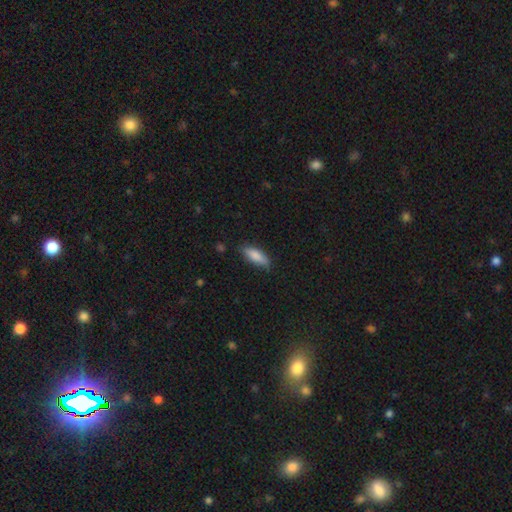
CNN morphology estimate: Smooth or featured? Predicted: smooth (p=0.84). How rounded? Predicted: in between (p=0.60). Merging? Predicted: none (p=0.80).